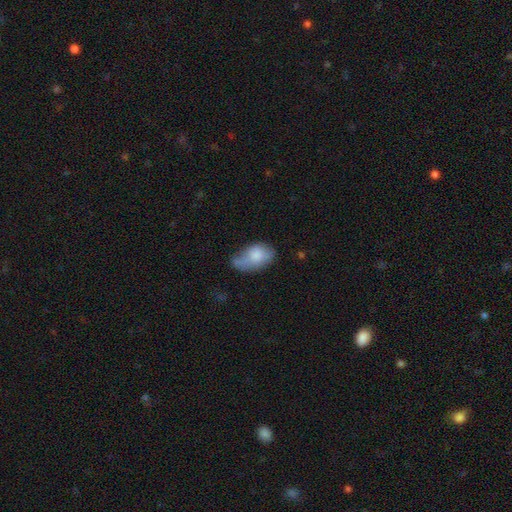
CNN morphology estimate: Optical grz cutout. It shows a smooth galaxy with no disk features (74%) that is in between round and cigar-shaped (90%). Merging: minor disturbance (35%).